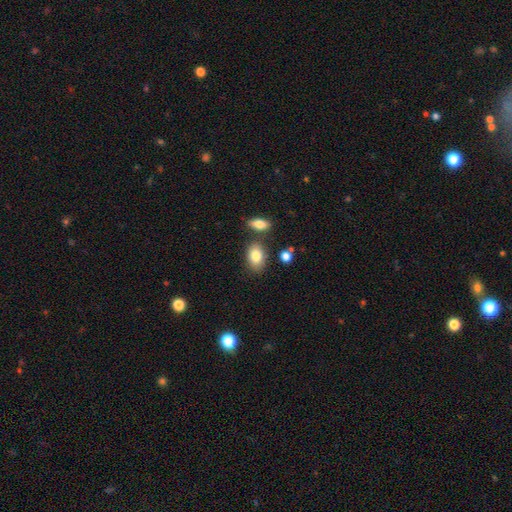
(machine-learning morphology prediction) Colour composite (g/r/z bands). It shows a smooth galaxy with no disk features (83%) that is in between round and cigar-shaped (86%). Merging: none (73%).